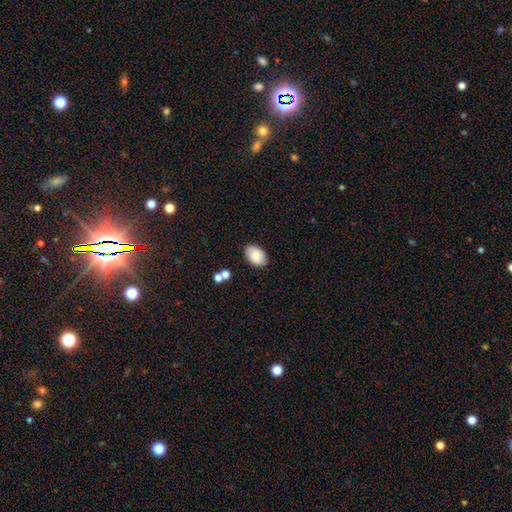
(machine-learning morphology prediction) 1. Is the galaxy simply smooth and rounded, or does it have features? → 83% smooth, 10% featured or disk, 7% star or artifact.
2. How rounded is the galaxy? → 91% in between, 8% round, 1% cigar-shaped.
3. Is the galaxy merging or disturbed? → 84% none, 12% minor disturbance, 2% major disturbance, 2% merger.